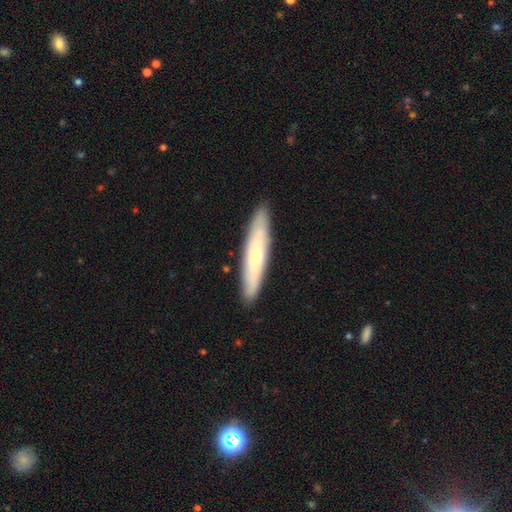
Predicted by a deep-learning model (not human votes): This appears to be a smooth galaxy with no disk features (54%) that is cigar-shaped (89%). Merging: none (90%).